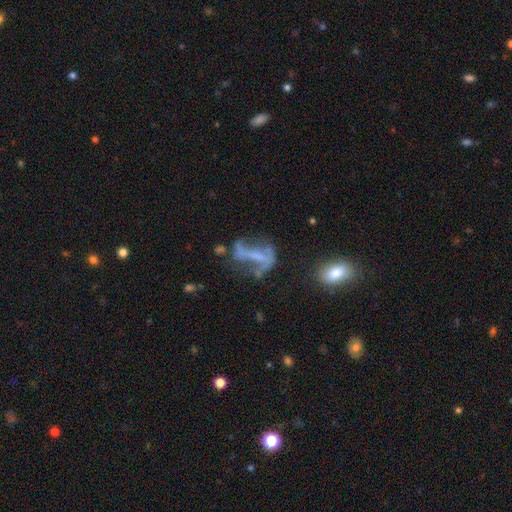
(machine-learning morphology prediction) A featured or disk galaxy (67%) with a strong bar (41%), spiral arms (56%) and no central bulge (58%).

Vote fractions:
- Smooth or featured? featured or disk: 67% / smooth: 19% / star or artifact: 14%
- Edge-on disk? no: 91% / yes: 9%
- Bar? strong: 41% / no: 33% / weak: 26%
- Spiral arms? yes: 56% / no: 44%
- Bulge size? none: 58% / small: 28% / moderate: 11% / large: 2% / dominant: 1%
- Merging? none: 36% / major disturbance: 34% / minor disturbance: 19% / merger: 10%